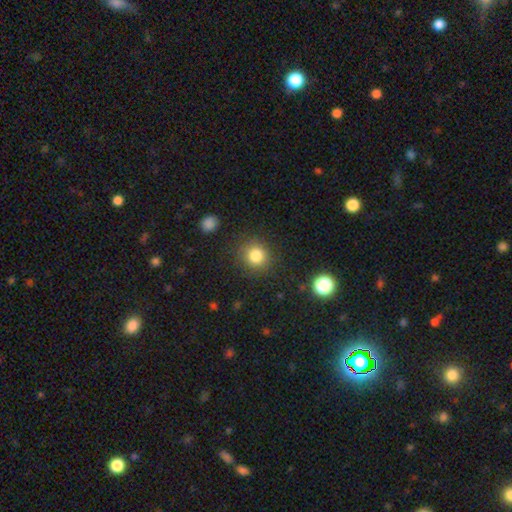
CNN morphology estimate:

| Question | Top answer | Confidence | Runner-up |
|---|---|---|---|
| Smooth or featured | smooth | 82% | star or artifact (12%) |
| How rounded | round | 89% | in between (10%) |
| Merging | none | 87% | minor disturbance (8%) |